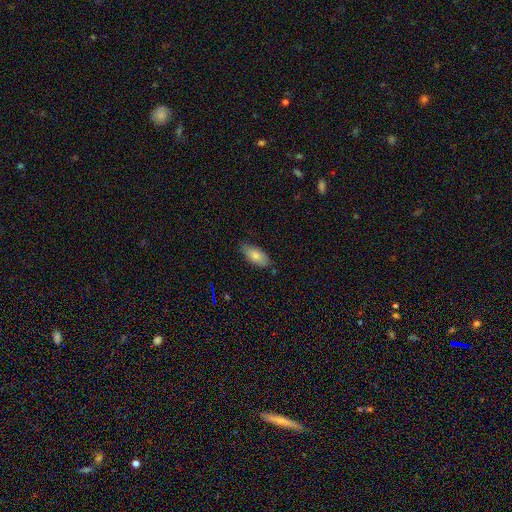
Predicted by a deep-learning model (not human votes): This is likely a smooth galaxy (79%). How rounded: clearly in between (87%). Merging: likely none (74%).